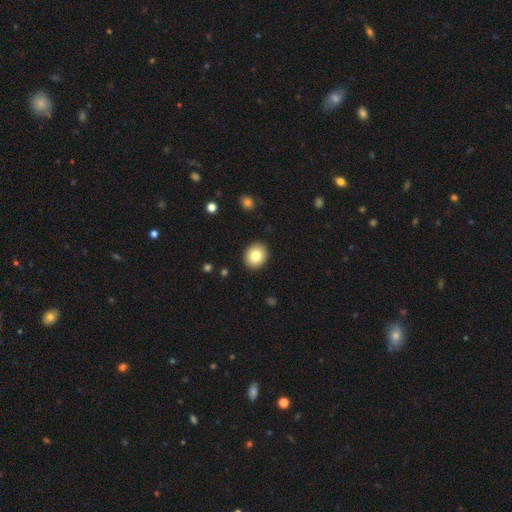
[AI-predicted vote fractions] Smooth or featured?
  - smooth: 80% *
  - featured or disk: 11%
  - star or artifact: 9%
How rounded?
  - round: 69% *
  - in between: 30%
  - cigar-shaped: 1%
Merging?
  - none: 91% *
  - minor disturbance: 6%
  - major disturbance: 2%
  - merger: 1%